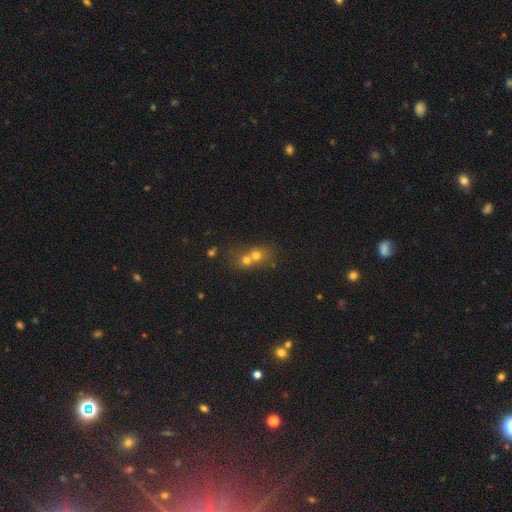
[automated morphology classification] smooth_or_featured: smooth (p=0.63) [alt: featured or disk p=0.20]
how_rounded: round (p=0.69) [alt: in between p=0.29]
merging: merger (p=0.67) [alt: none p=0.24]